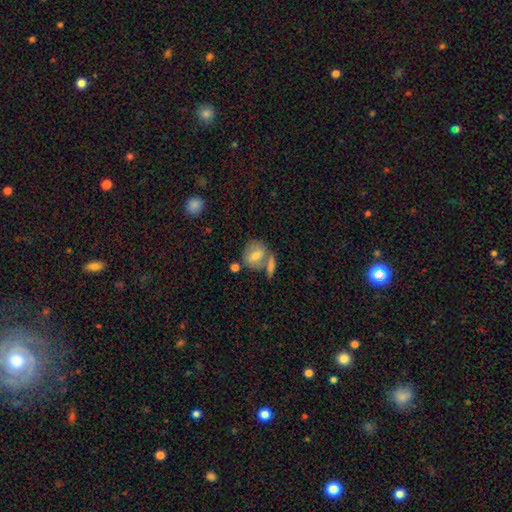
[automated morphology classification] Q: Smooth or featured?
A: smooth (64%); runner-up: featured or disk (28%)
Q: How rounded?
A: round (66%); runner-up: in between (31%)
Q: Merging?
A: none (50%); runner-up: merger (32%)